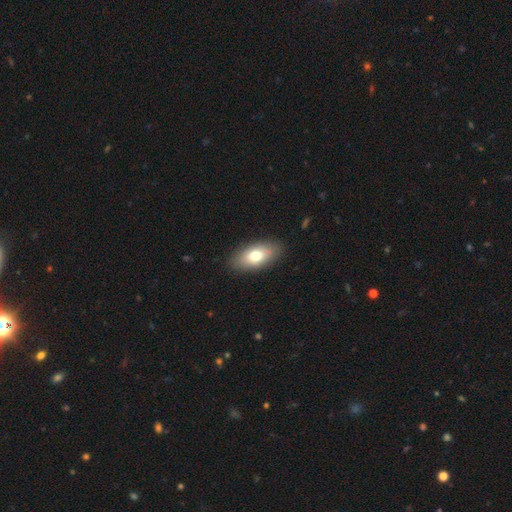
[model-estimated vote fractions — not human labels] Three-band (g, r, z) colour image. It shows a smooth galaxy with no disk features (74%) that is in between round and cigar-shaped (89%). Merging: none (87%).